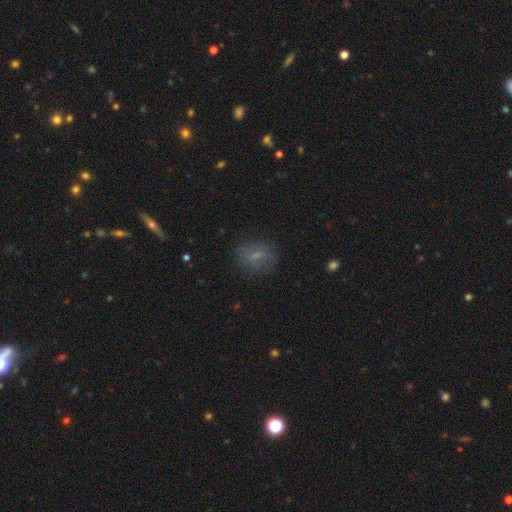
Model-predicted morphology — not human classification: This appears to be a smooth galaxy with no disk features (60%) that is round (57%). Merging: none (77%).